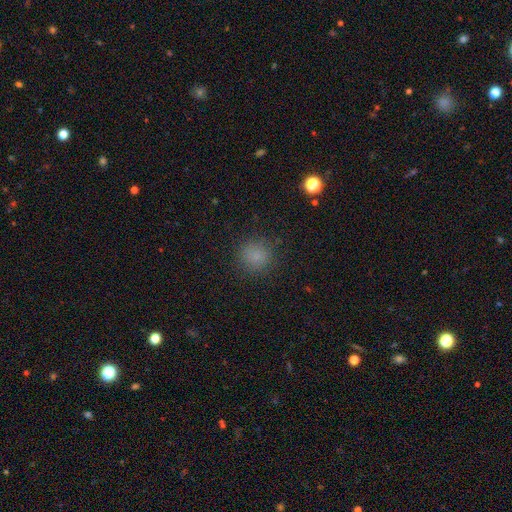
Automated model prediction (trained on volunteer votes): smooth 80%, star or artifact 15%, featured or disk 5%. Down the decision tree: how rounded — round (91%); merging — none (87%).